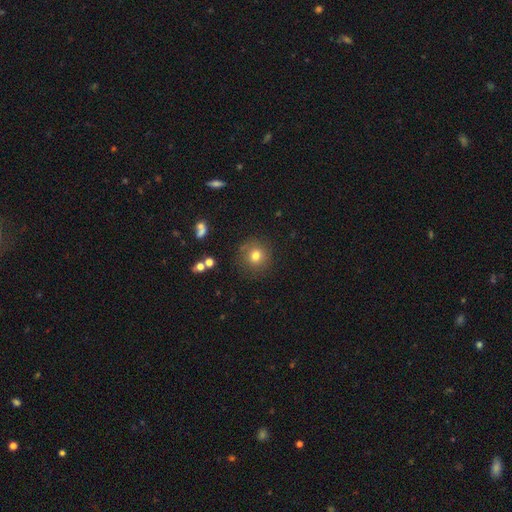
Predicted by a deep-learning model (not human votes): A smooth galaxy with no disk features (76%) that is round (92%).

Vote fractions:
- Smooth or featured? smooth: 76% / star or artifact: 14% / featured or disk: 9%
- How rounded? round: 92% / in between: 7% / cigar-shaped: 1%
- Merging? none: 85% / minor disturbance: 10% / major disturbance: 4% / merger: 2%